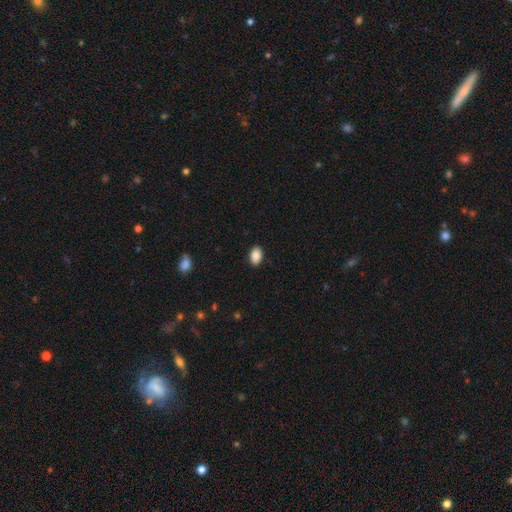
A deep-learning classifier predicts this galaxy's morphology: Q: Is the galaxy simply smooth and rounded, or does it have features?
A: smooth — 87%.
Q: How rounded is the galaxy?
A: in between — 87%.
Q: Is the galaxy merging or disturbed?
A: none — 89%.